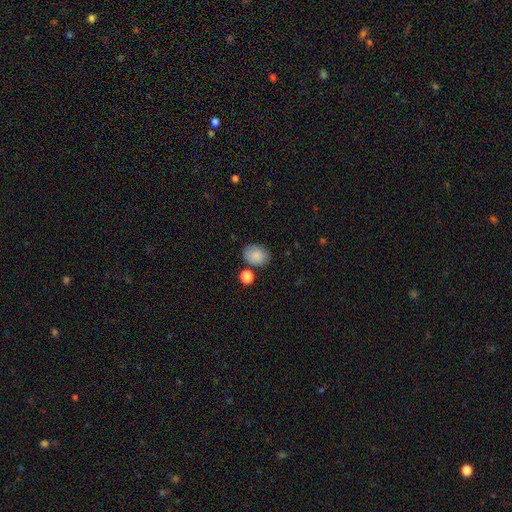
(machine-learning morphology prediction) This appears to be a smooth galaxy with no disk features (85%) that is in between round and cigar-shaped (59%). Merging: none (73%).